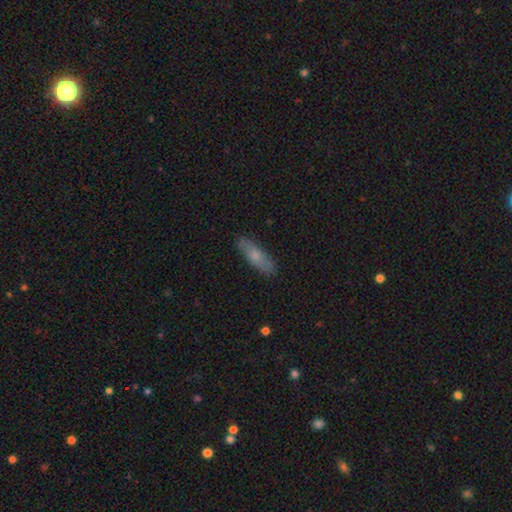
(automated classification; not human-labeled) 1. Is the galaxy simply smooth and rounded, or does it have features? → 67% smooth, 27% featured or disk, 6% star or artifact.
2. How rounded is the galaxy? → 56% cigar-shaped, 42% in between, 2% round.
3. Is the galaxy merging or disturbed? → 85% none, 12% minor disturbance, 2% major disturbance, 1% merger.